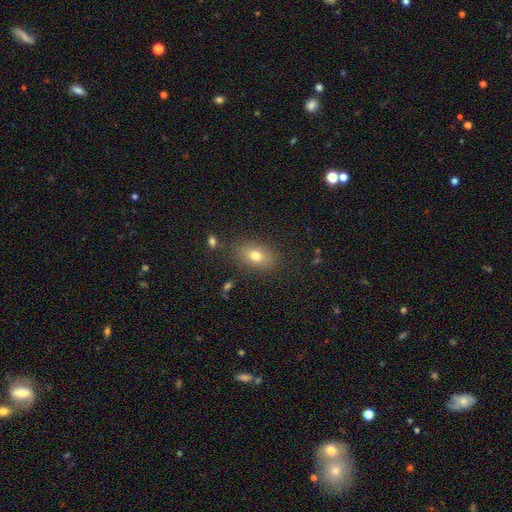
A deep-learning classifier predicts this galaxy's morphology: Overall: smooth (74%). How rounded: in between (82%). Merging: none (83%).